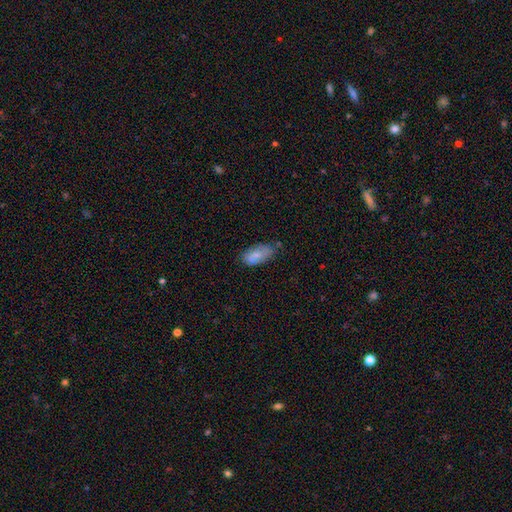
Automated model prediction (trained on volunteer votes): Smooth or featured?
  - smooth: 70% *
  - featured or disk: 23%
  - star or artifact: 7%
How rounded?
  - in between: 92% *
  - cigar-shaped: 5%
  - round: 3%
Merging?
  - none: 61% *
  - minor disturbance: 29%
  - major disturbance: 6%
  - merger: 5%